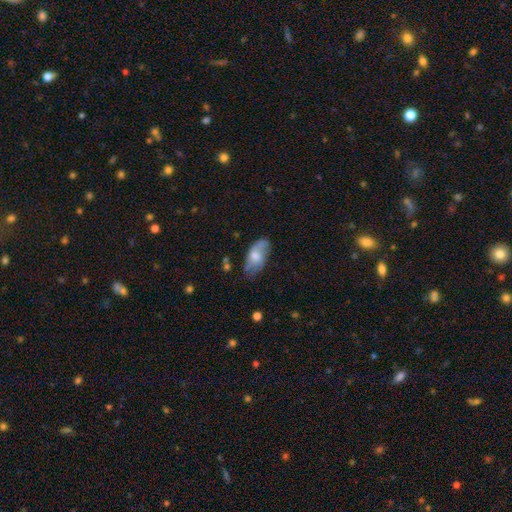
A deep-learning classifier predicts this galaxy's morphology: A smooth galaxy with no disk features (60%) that is in between round and cigar-shaped (92%). Merging: none (59%).